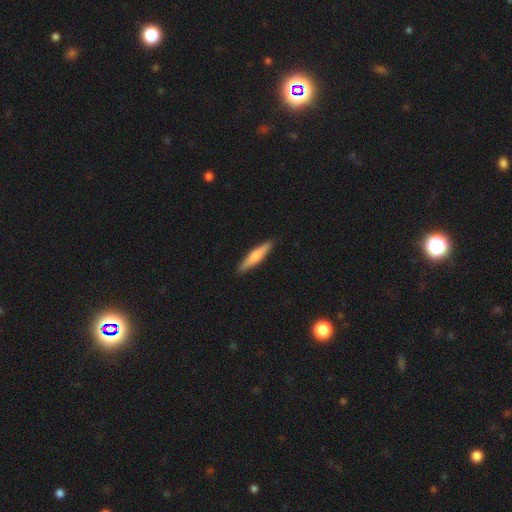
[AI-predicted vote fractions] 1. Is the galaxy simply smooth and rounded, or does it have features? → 62% smooth, 33% featured or disk, 5% star or artifact.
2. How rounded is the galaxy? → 85% cigar-shaped, 13% in between, 2% round.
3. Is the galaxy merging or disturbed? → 91% none, 7% minor disturbance, 1% major disturbance, 1% merger.